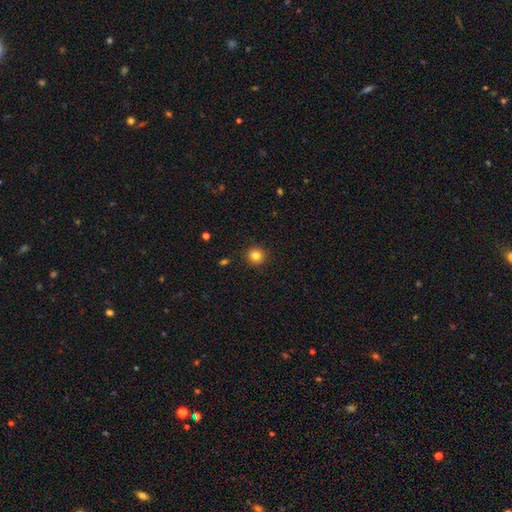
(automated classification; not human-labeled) This appears to be a smooth galaxy with no disk features (82%) that is round (93%). Merging: none (92%).